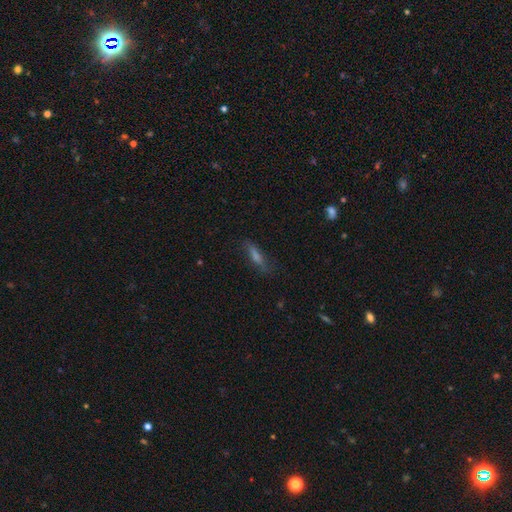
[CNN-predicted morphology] A smooth galaxy with no disk features (48%).

Vote fractions:
- Smooth or featured? smooth: 48% / featured or disk: 34% / star or artifact: 17%
- Merging? none: 74% / minor disturbance: 18% / major disturbance: 7% / merger: 2%